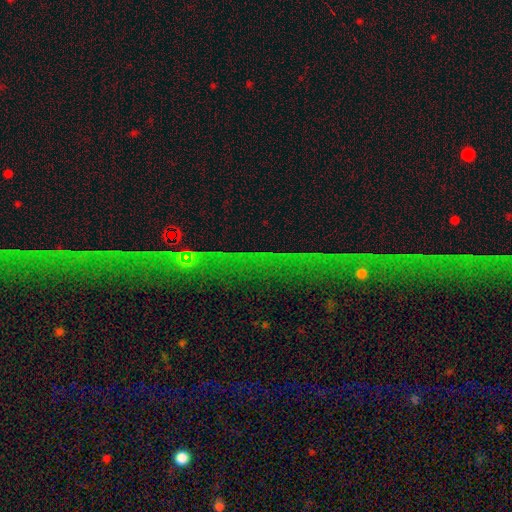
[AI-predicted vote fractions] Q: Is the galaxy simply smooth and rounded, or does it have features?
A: star or artifact — 83%.